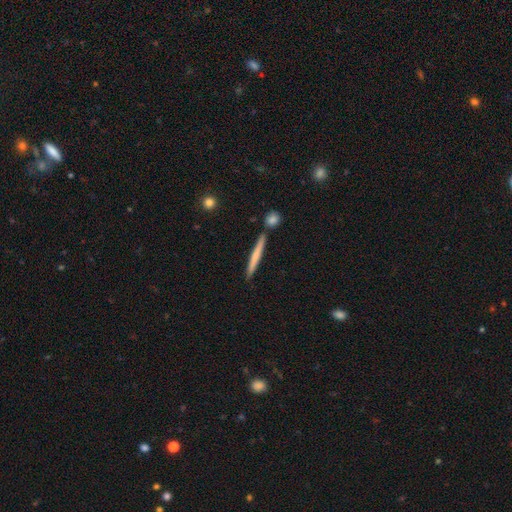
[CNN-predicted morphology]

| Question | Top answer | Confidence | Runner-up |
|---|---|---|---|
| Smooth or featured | smooth | 61% | featured or disk (33%) |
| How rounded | cigar-shaped | 96% | in between (2%) |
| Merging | none | 83% | minor disturbance (9%) |